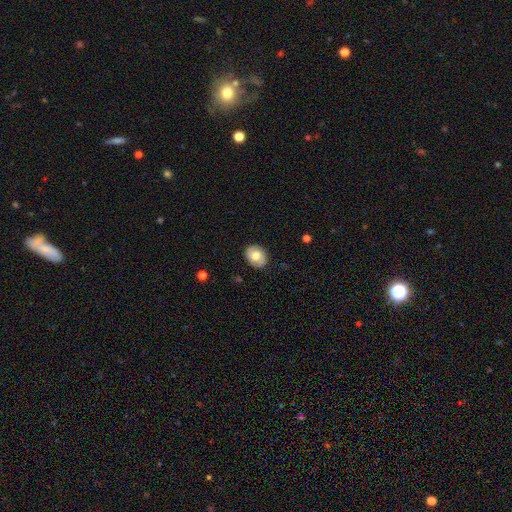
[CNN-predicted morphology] The model was most divided on "how rounded": in between: 52%, round: 47%, cigar-shaped: 1%. More confident: merging — none (86%); smooth or featured — smooth (71%).